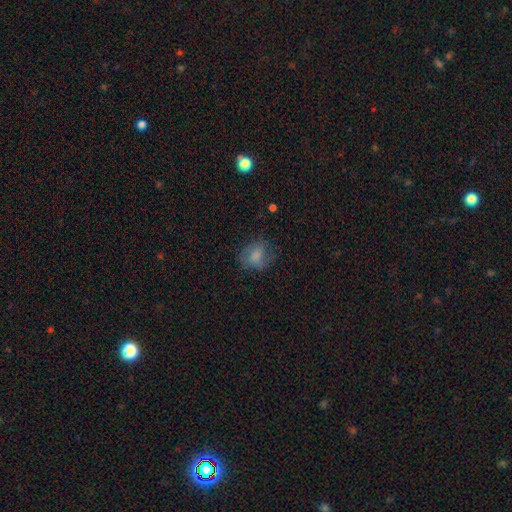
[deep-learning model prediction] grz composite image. It shows a smooth galaxy with no disk features (71%) that is round (56%). Merging: none (64%).